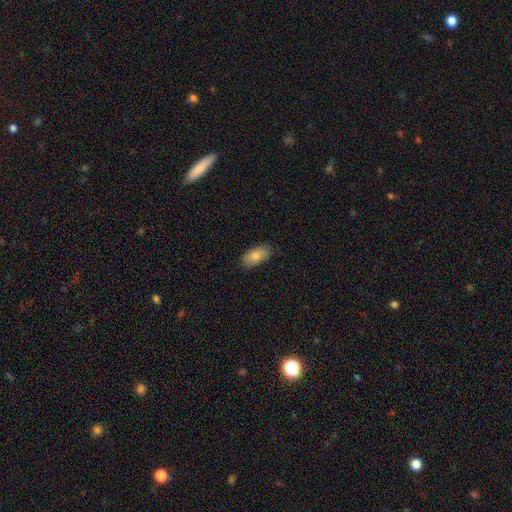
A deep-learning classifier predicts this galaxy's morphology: smooth 81%, featured or disk 13%, star or artifact 6%. Down the decision tree: how rounded — in between (91%); merging — none (82%).